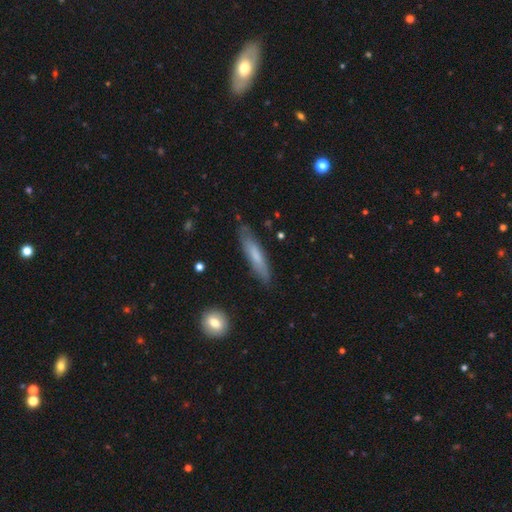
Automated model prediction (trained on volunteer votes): Smooth or featured?
  - smooth: 63% *
  - featured or disk: 31%
  - star or artifact: 6%
How rounded?
  - cigar-shaped: 85% *
  - in between: 14%
  - round: 1%
Merging?
  - none: 80% *
  - minor disturbance: 15%
  - major disturbance: 3%
  - merger: 2%